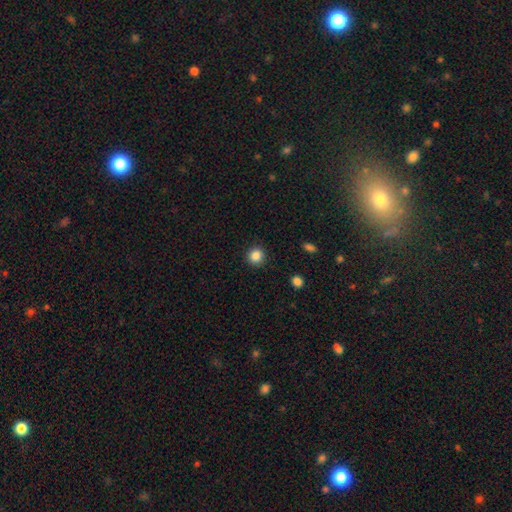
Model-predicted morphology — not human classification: smooth 87%, star or artifact 10%, featured or disk 3%. Down the decision tree: how rounded — round (90%); merging — none (90%).